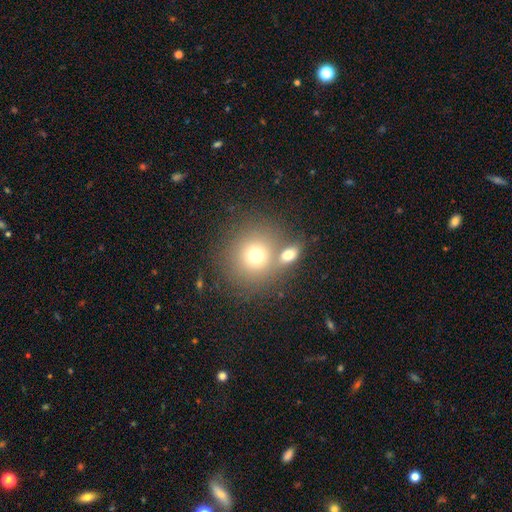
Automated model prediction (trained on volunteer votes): This appears to be a smooth galaxy with no disk features (71%) that is round (87%). Merging: none (57%).